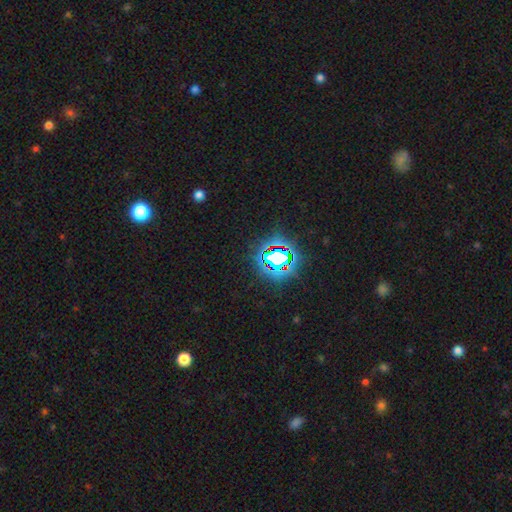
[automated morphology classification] The model was most divided on "smooth or featured": star or artifact: 80%, smooth: 14%, featured or disk: 7%.